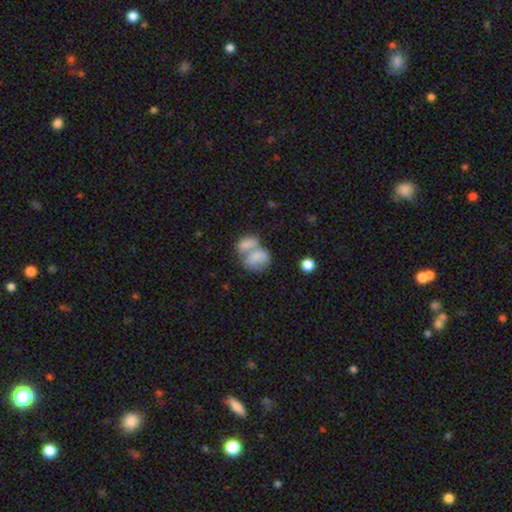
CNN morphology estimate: This is likely a smooth galaxy (74%). How rounded: likely in between (70%). Merging: likely merger (71%).